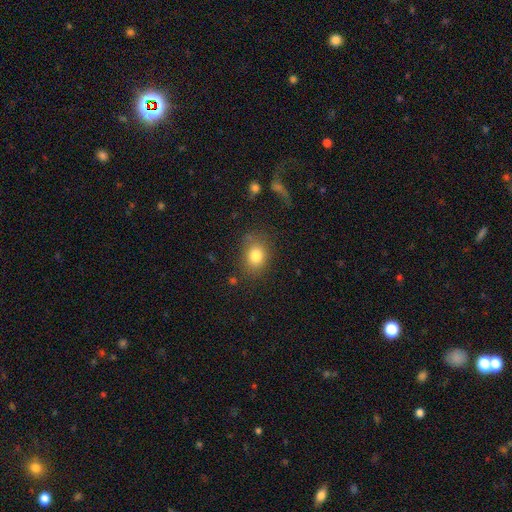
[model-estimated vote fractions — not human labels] Smooth or featured?
  - smooth: 81% *
  - star or artifact: 11%
  - featured or disk: 8%
How rounded?
  - in between: 51% *
  - round: 47%
  - cigar-shaped: 1%
Merging?
  - none: 76% *
  - minor disturbance: 16%
  - major disturbance: 6%
  - merger: 3%